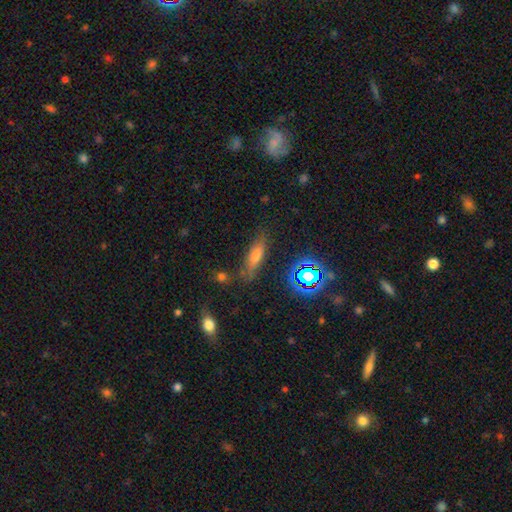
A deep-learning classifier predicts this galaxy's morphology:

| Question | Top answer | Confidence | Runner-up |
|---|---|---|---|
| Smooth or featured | smooth | 58% | featured or disk (23%) |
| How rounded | cigar-shaped | 54% | in between (41%) |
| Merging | none | 74% | minor disturbance (16%) |